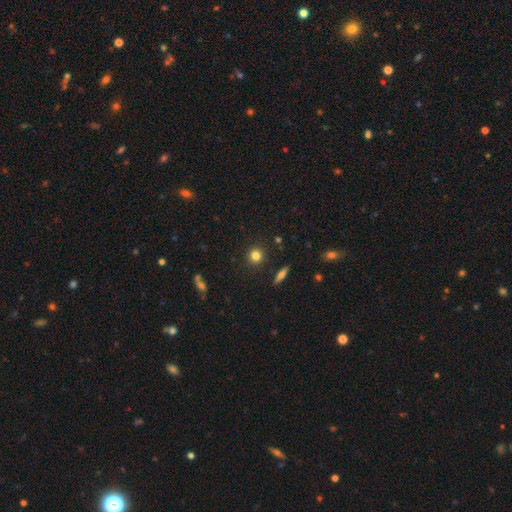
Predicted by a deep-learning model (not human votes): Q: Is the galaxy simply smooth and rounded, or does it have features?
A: smooth — 81%.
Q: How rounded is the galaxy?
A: round — 91%.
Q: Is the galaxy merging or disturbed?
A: none — 90%.